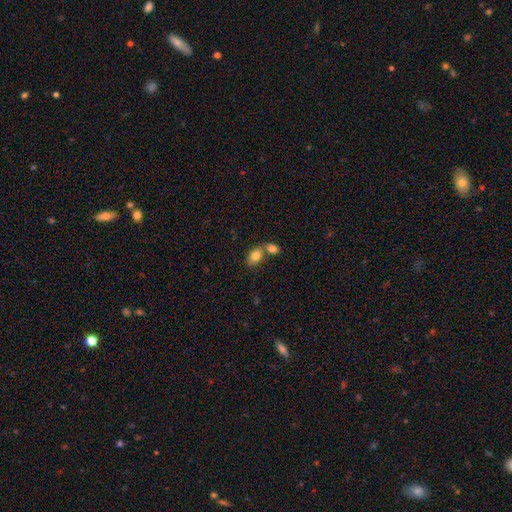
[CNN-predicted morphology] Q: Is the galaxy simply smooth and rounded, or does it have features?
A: smooth — 83%.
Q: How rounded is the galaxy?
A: in between — 81%.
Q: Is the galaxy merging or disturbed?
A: merger — 46%.